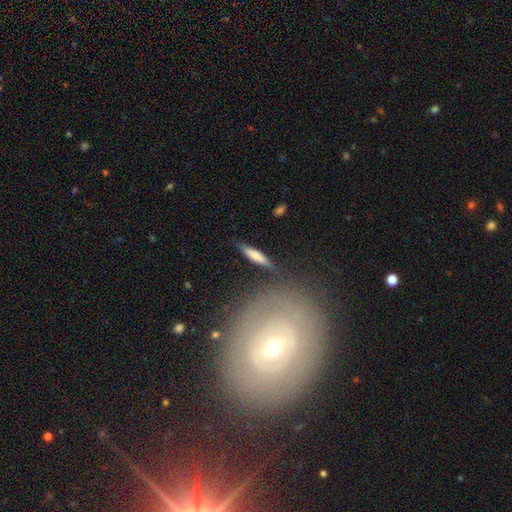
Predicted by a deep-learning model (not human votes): A smooth galaxy with no disk features (73%) that is cigar-shaped (80%).

Vote fractions:
- Smooth or featured? smooth: 73% / featured or disk: 21% / star or artifact: 7%
- How rounded? cigar-shaped: 80% / in between: 18% / round: 2%
- Merging? none: 79% / minor disturbance: 13% / merger: 4% / major disturbance: 4%